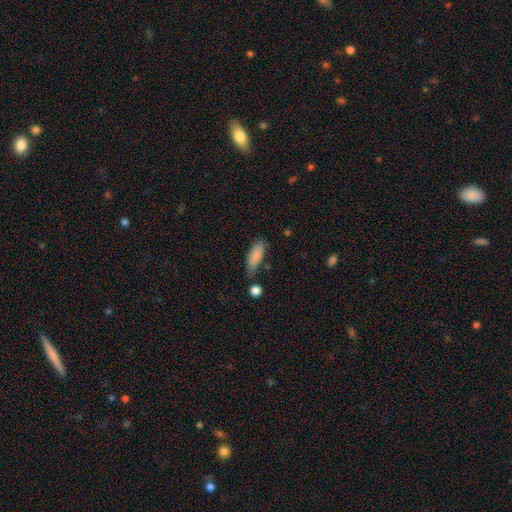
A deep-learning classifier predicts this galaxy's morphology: A smooth galaxy with no disk features (86%) that is in between round and cigar-shaped (69%).

Vote fractions:
- Smooth or featured? smooth: 86% / featured or disk: 7% / star or artifact: 7%
- How rounded? in between: 69% / cigar-shaped: 29% / round: 2%
- Merging? none: 66% / minor disturbance: 23% / merger: 6% / major disturbance: 5%